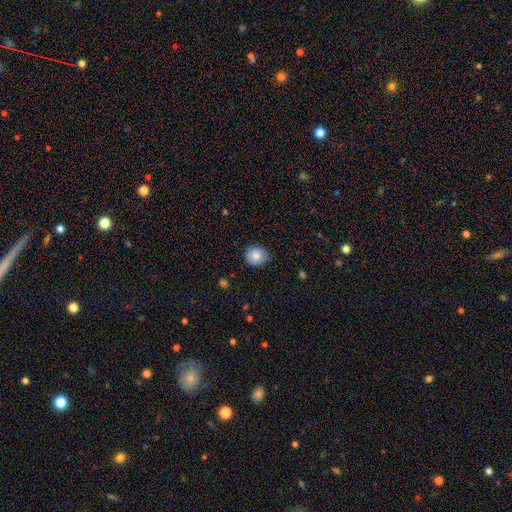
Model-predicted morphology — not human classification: Q: Smooth or featured?
A: smooth (81%); runner-up: featured or disk (10%)
Q: How rounded?
A: round (79%); runner-up: in between (20%)
Q: Merging?
A: none (77%); runner-up: minor disturbance (19%)